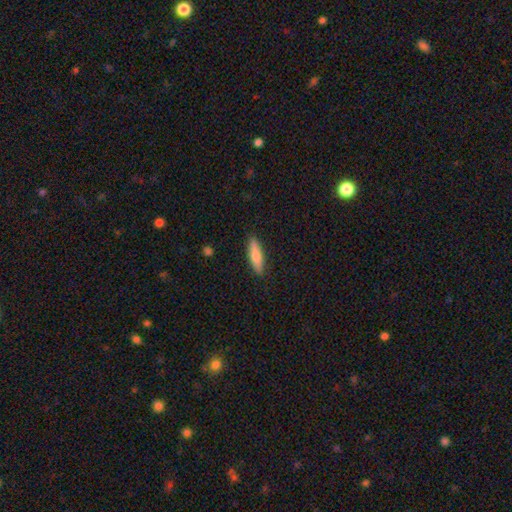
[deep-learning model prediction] Overall: smooth (67%). How rounded: cigar-shaped (69%). Merging: none (89%).